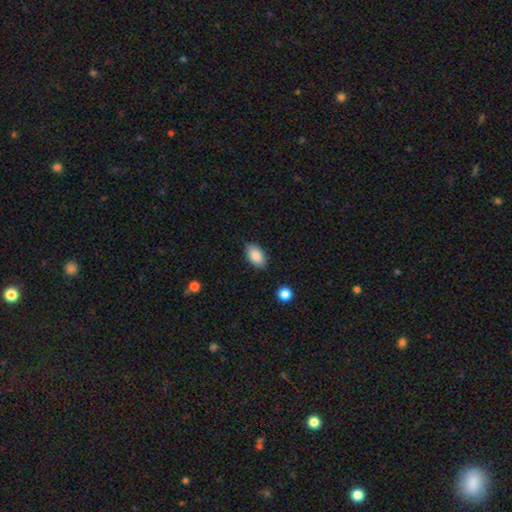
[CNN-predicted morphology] smooth-or-featured: smooth: 86% | star or artifact: 7% | featured or disk: 7%
  how-rounded: in between: 93% | round: 5% | cigar-shaped: 2%
  merging: none: 84% | minor disturbance: 12% | major disturbance: 2% | merger: 2%